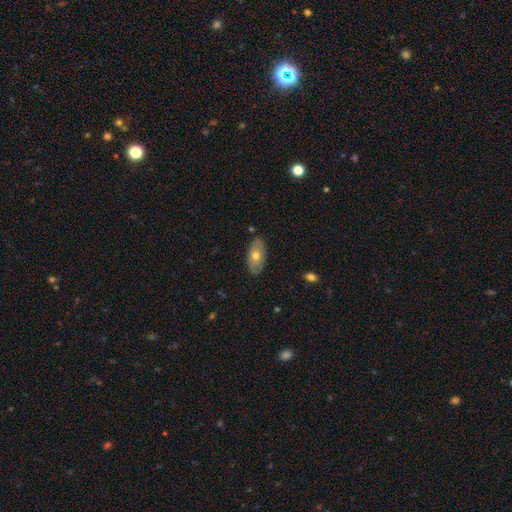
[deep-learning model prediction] Smooth or featured?
  - smooth: 62% *
  - featured or disk: 31%
  - star or artifact: 6%
How rounded?
  - in between: 92% *
  - round: 5%
  - cigar-shaped: 4%
Merging?
  - none: 83% *
  - minor disturbance: 13%
  - major disturbance: 2%
  - merger: 2%